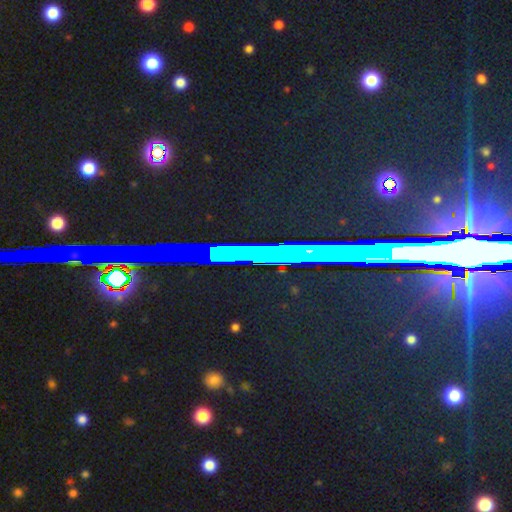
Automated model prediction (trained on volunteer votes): Smooth or featured: star or artifact — 83% (featured or disk — 9%)